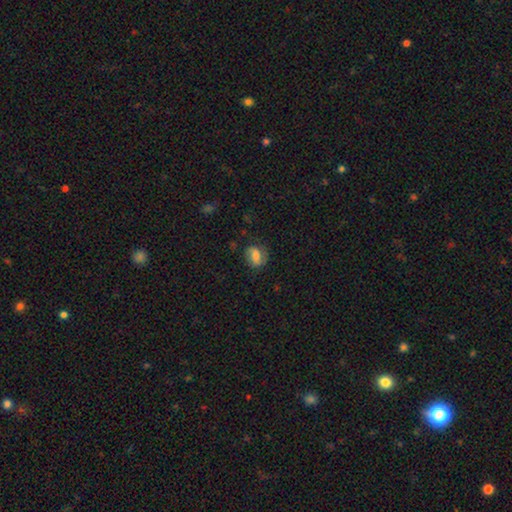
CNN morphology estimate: Smooth or featured? Predicted: smooth (p=0.46). Merging? Predicted: none (p=0.73).